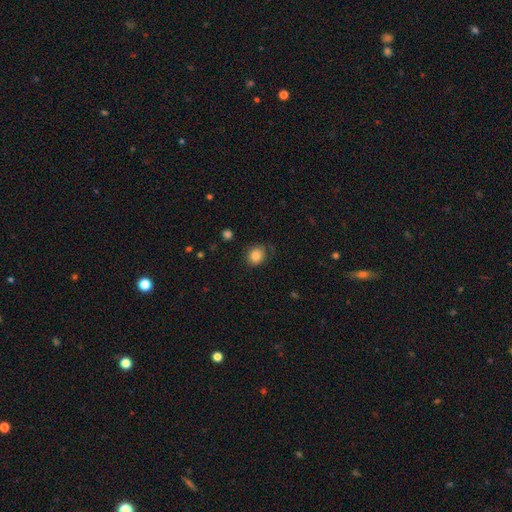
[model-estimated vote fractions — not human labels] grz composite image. It shows a smooth galaxy with no disk features (83%) that is round (75%). Merging: none (77%).